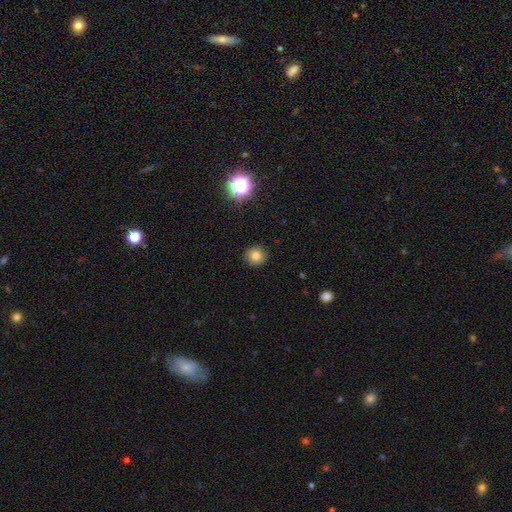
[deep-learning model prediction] This appears to be a smooth galaxy with no disk features (76%) that is round (92%). Merging: none (91%).